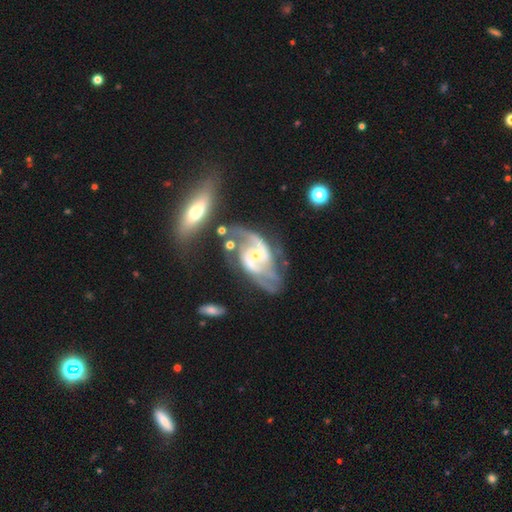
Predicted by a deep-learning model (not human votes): smooth_or_featured: featured or disk (p=0.91) [alt: star or artifact p=0.05]
disk_edge_on: no (p=0.97) [alt: yes p=0.03]
bar: no (p=0.47) [alt: weak p=0.39]
has_spiral_arms: yes (p=0.97) [alt: no p=0.03]
spiral_winding: medium (p=0.54) [alt: loose p=0.23]
spiral_arm_count: 2 (p=0.78) [alt: 3 p=0.07]
bulge_size: small (p=0.52) [alt: moderate p=0.43]
merging: none (p=0.41) [alt: minor disturbance p=0.21]